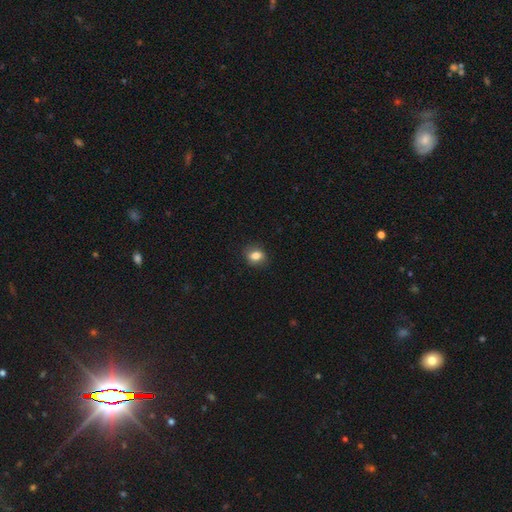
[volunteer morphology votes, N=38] A smooth galaxy with no disk features (89%) that is in between round and cigar-shaped (62%). Merging: none (86%).